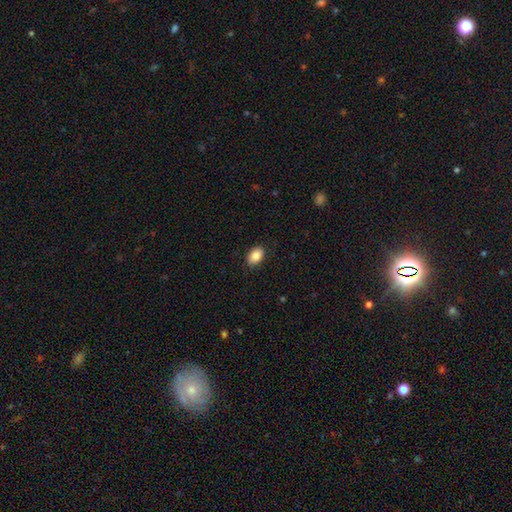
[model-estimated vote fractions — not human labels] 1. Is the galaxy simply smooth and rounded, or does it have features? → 86% smooth, 7% star or artifact, 7% featured or disk.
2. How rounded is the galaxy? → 87% in between, 12% round, 1% cigar-shaped.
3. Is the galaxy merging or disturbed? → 87% none, 9% minor disturbance, 2% major disturbance, 1% merger.